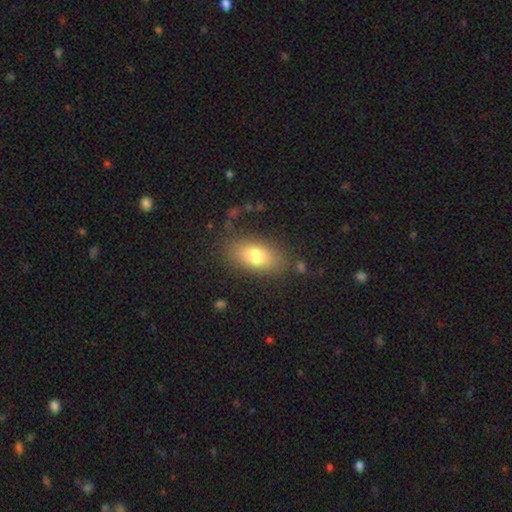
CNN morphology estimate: Smooth or featured? smooth (77%)
How rounded? in between (88%)
Merging? none (79%)